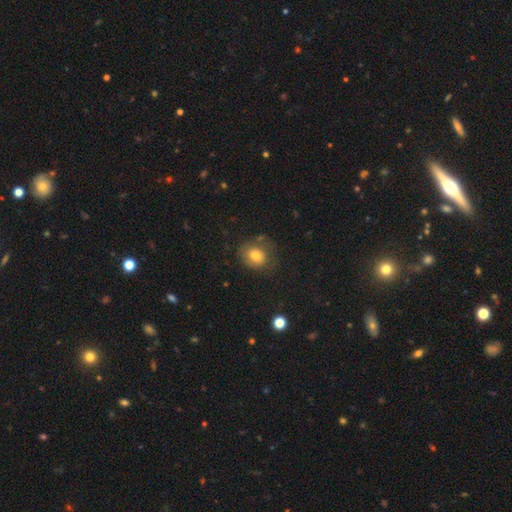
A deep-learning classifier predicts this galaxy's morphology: Q: Smooth or featured?
A: smooth (73%); runner-up: featured or disk (17%)
Q: How rounded?
A: round (59%); runner-up: in between (40%)
Q: Merging?
A: none (67%); runner-up: minor disturbance (21%)